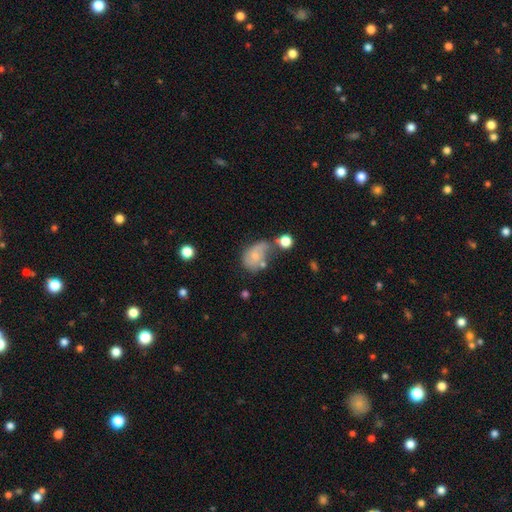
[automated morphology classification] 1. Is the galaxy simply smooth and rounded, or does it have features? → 55% smooth, 34% featured or disk, 11% star or artifact.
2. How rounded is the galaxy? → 74% in between, 24% round, 2% cigar-shaped.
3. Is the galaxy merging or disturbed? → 29% minor disturbance, 27% none, 24% major disturbance, 20% merger.